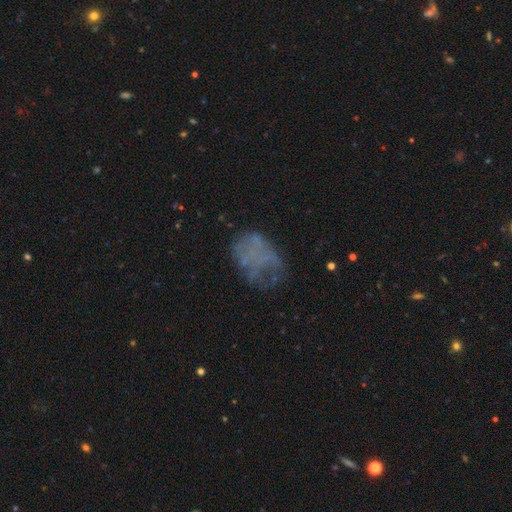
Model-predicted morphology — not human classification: Smooth or featured?
  - featured or disk: 42% *
  - smooth: 40%
  - star or artifact: 18%
Merging?
  - none: 43% *
  - major disturbance: 30%
  - minor disturbance: 24%
  - merger: 4%